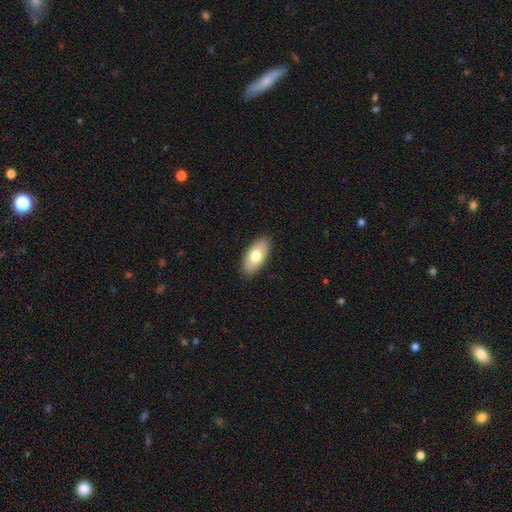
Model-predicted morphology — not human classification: Smooth or featured? smooth (74%)
How rounded? in between (93%)
Merging? none (89%)